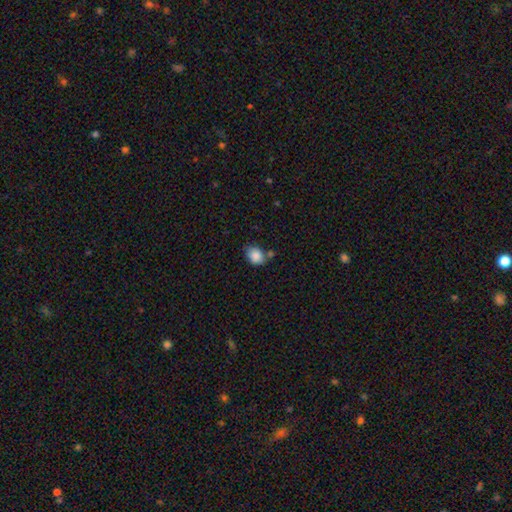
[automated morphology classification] Overall: smooth (86%). How rounded: in between (57%; round 42%). Merging: none (59%; minor disturbance 23%).